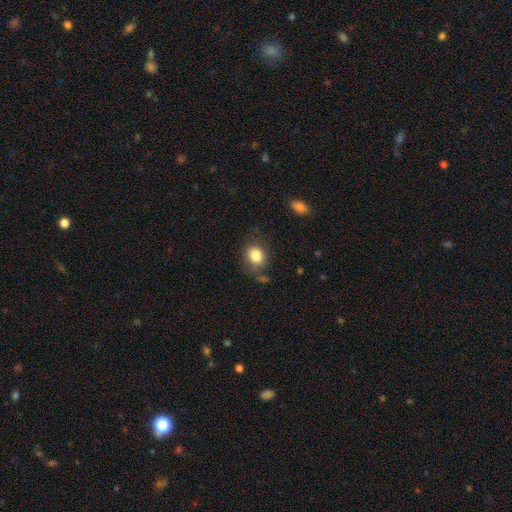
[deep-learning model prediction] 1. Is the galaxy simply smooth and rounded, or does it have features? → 83% smooth, 9% star or artifact, 8% featured or disk.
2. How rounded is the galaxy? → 54% round, 45% in between, 1% cigar-shaped.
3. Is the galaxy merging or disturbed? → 70% none, 19% minor disturbance, 7% major disturbance, 4% merger.